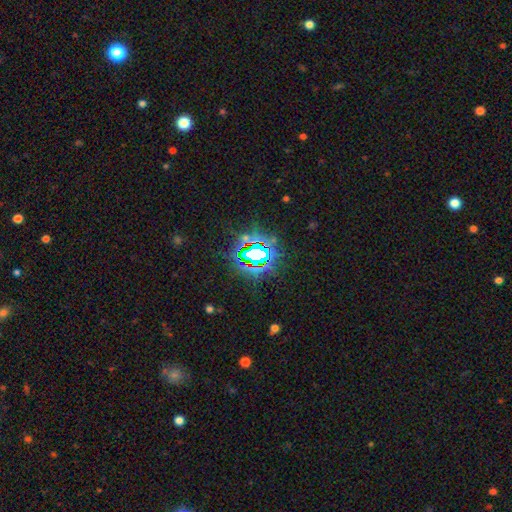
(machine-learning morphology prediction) A star or artifact, not a galaxy (77%).